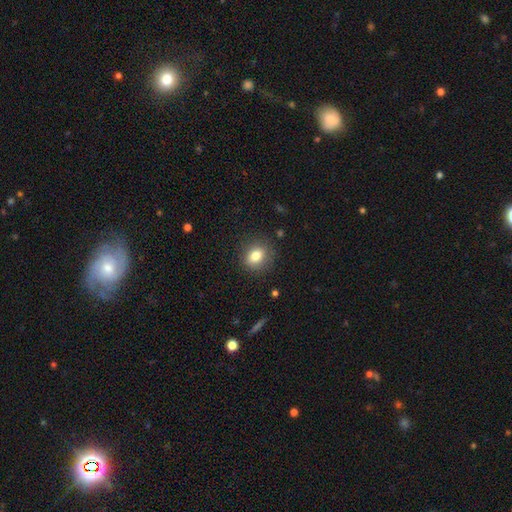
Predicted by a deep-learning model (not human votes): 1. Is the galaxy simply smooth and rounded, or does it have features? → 80% smooth, 11% star or artifact, 9% featured or disk.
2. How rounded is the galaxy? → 63% round, 35% in between, 1% cigar-shaped.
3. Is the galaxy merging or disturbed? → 86% none, 10% minor disturbance, 3% major disturbance, 1% merger.